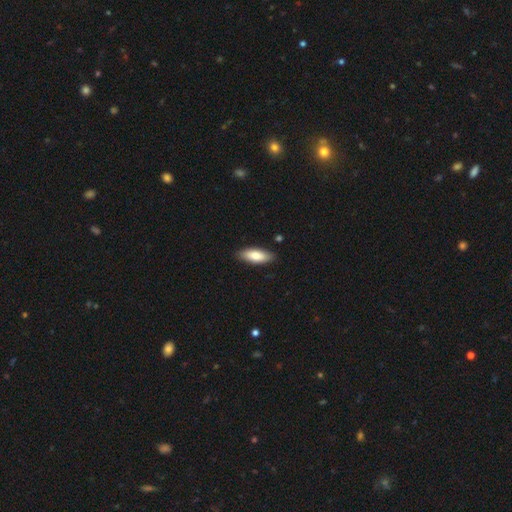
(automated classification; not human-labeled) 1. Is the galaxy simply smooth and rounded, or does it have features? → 79% smooth, 15% featured or disk, 6% star or artifact.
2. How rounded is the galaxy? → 70% in between, 28% cigar-shaped, 2% round.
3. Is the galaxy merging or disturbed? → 87% none, 10% minor disturbance, 2% major disturbance, 1% merger.